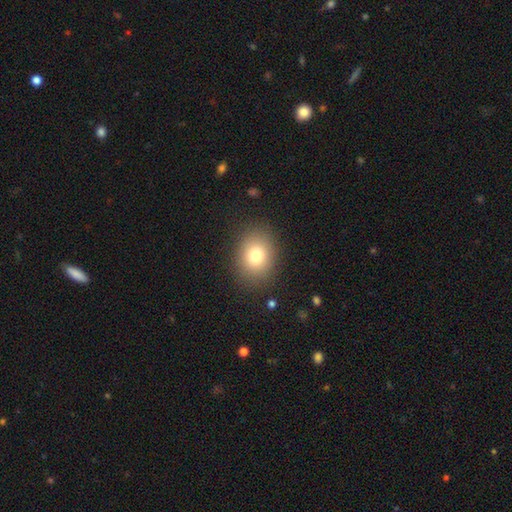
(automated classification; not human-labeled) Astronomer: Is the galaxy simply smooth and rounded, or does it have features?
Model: smooth — 79%.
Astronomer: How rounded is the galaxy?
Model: round — 52% (runner-up: in between, 47%).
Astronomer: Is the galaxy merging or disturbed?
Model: none — 86%.